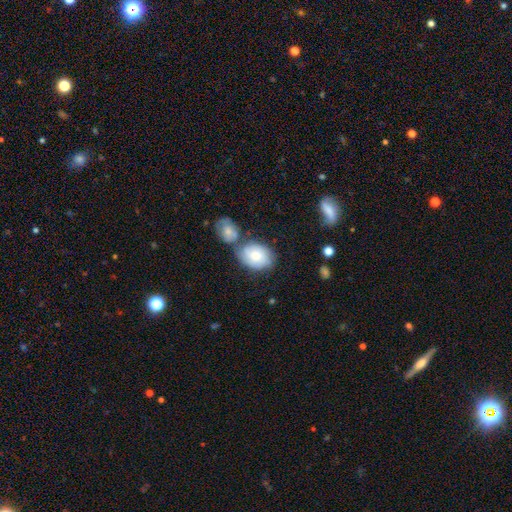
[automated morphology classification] Smooth or featured: smooth — 61% (featured or disk — 33%)
How rounded: in between — 69% (round — 30%)
Merging: none — 46% (merger — 30%)